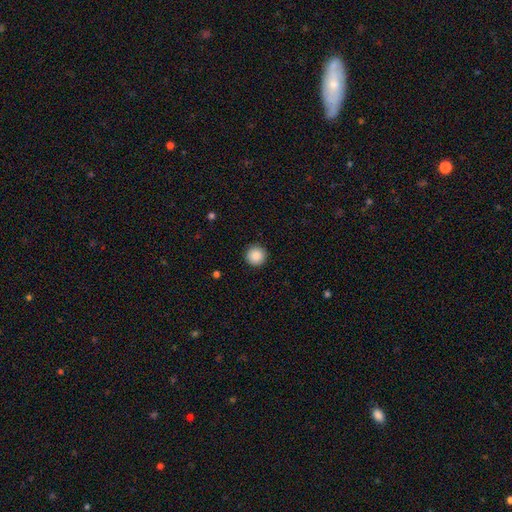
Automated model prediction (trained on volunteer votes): Morphology: type=smooth (88%); roundness=round (96%); merging=none (92%).